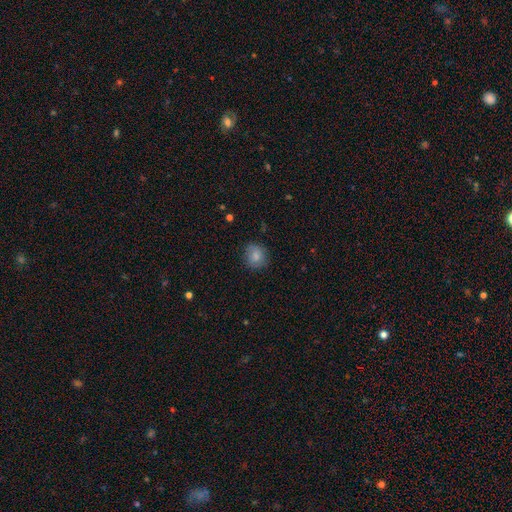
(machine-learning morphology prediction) Smooth or featured: smooth — 80% (featured or disk — 11%)
How rounded: round — 81% (in between — 18%)
Merging: none — 82% (minor disturbance — 14%)